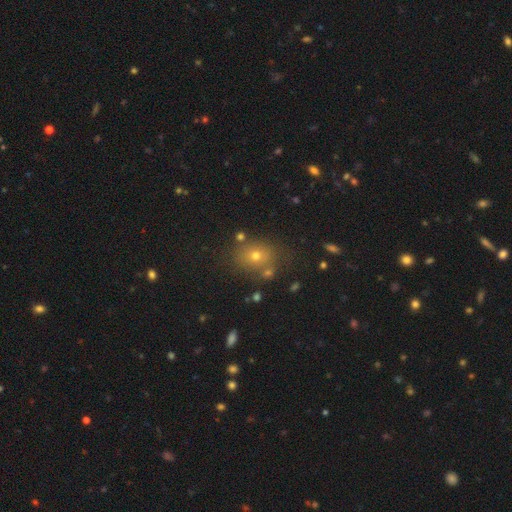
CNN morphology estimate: A smooth galaxy with no disk features (65%) that is round (60%). Merging: none (76%).